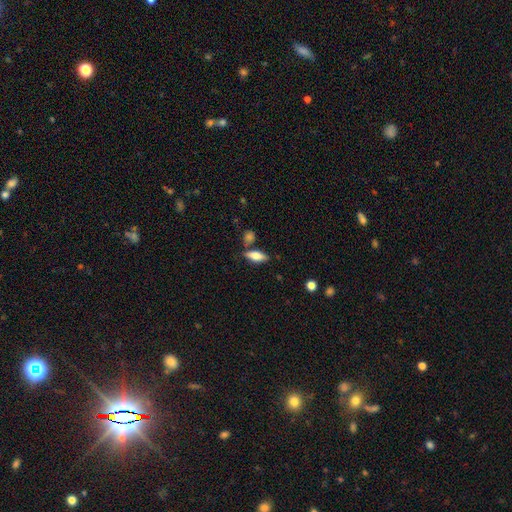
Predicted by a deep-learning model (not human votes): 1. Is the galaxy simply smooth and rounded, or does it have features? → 61% smooth, 32% featured or disk, 7% star or artifact.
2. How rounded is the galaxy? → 66% in between, 31% cigar-shaped, 3% round.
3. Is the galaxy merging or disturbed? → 73% none, 14% minor disturbance, 9% merger, 4% major disturbance.